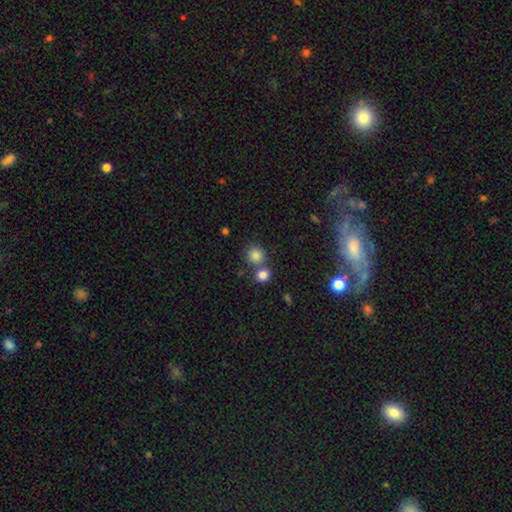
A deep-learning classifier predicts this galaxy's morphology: The model was most divided on "merging": none: 63%, merger: 26%, minor disturbance: 8%, major disturbance: 3%. More confident: how rounded — round (87%); smooth or featured — smooth (82%).